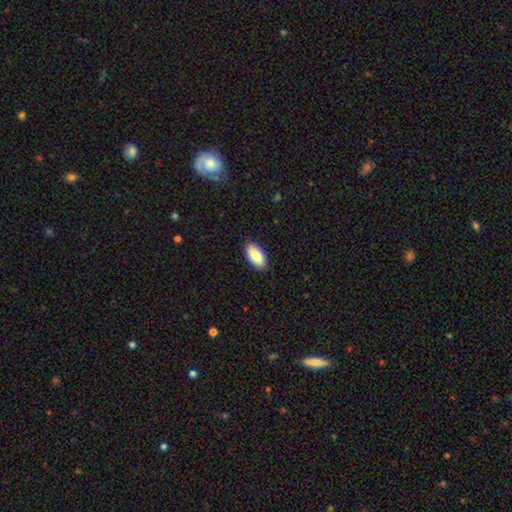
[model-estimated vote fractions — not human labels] Smooth or featured?
  - smooth: 85% *
  - featured or disk: 9%
  - star or artifact: 6%
How rounded?
  - in between: 94% *
  - cigar-shaped: 3%
  - round: 2%
Merging?
  - none: 89% *
  - minor disturbance: 8%
  - major disturbance: 2%
  - merger: 1%